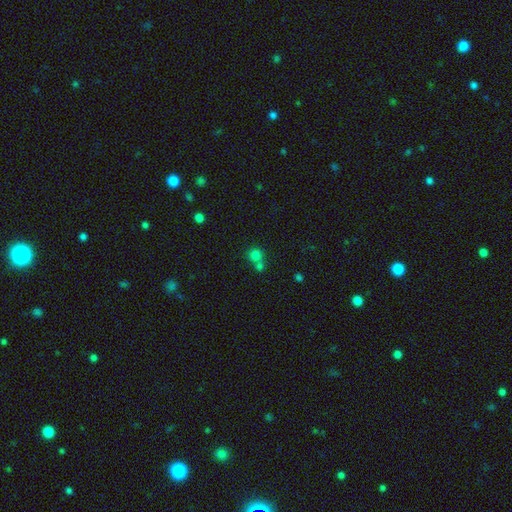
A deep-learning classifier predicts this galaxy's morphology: Smooth or featured: smooth — 73% (star or artifact — 18%)
How rounded: round — 88% (in between — 11%)
Merging: none — 51% (merger — 39%)